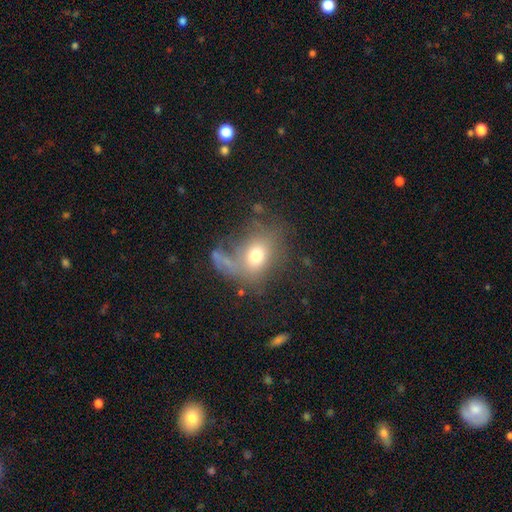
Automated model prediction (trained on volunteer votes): This appears to be a smooth galaxy with no disk features (65%) that is in between round and cigar-shaped (51%). Merging: none (39%).